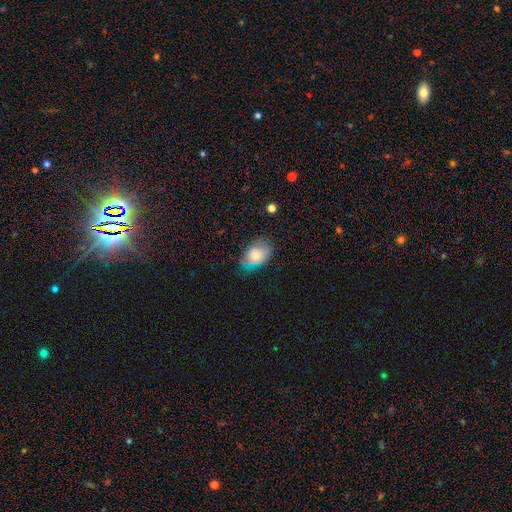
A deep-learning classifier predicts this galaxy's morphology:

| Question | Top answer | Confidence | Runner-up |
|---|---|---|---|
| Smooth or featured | smooth | 60% | featured or disk (29%) |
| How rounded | in between | 76% | round (23%) |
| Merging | none | 66% | minor disturbance (25%) |